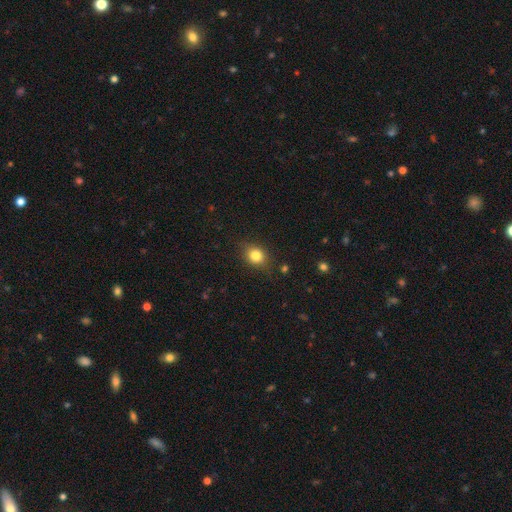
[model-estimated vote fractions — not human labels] This appears to be a smooth galaxy with no disk features (81%) that is round (61%). Merging: none (81%).